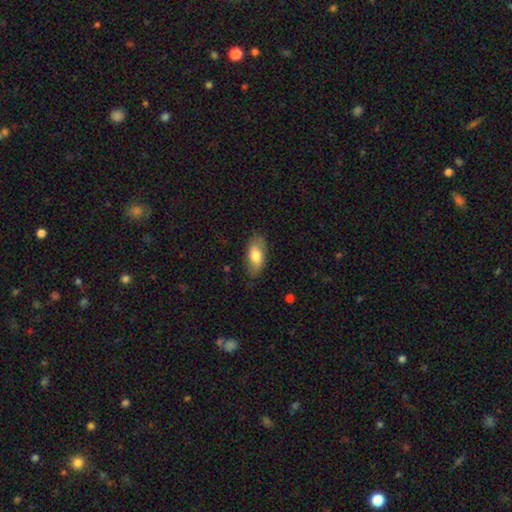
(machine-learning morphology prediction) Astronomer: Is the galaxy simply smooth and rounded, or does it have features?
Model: smooth — 75%.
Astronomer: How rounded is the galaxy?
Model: in between — 88%.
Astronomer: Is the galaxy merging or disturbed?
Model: none — 79%.